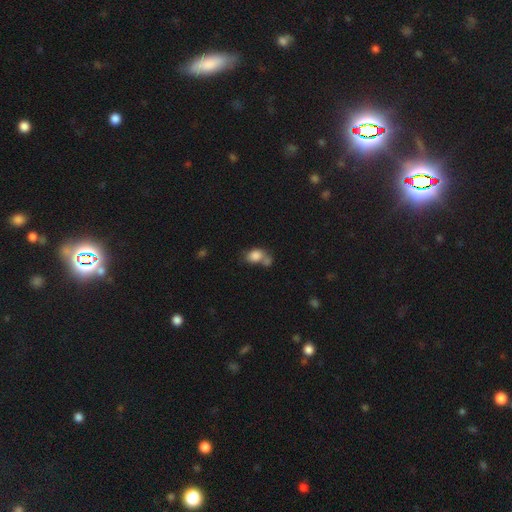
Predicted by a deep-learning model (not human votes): A smooth galaxy with no disk features (83%) that is in between round and cigar-shaped (64%). Merging: merger (44%).